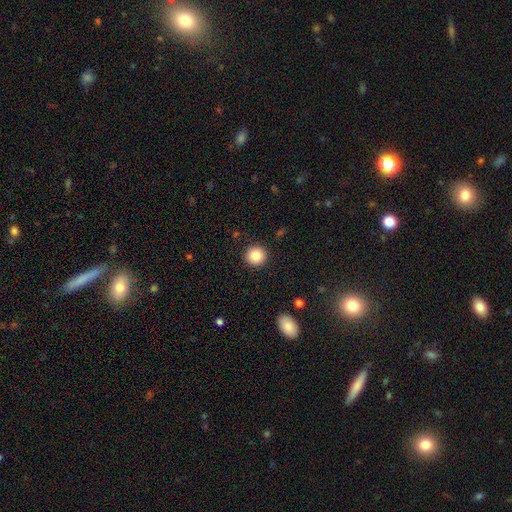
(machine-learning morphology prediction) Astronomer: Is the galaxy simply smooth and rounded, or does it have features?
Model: smooth — 86%.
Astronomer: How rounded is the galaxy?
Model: round — 94%.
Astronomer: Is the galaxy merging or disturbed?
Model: none — 92%.